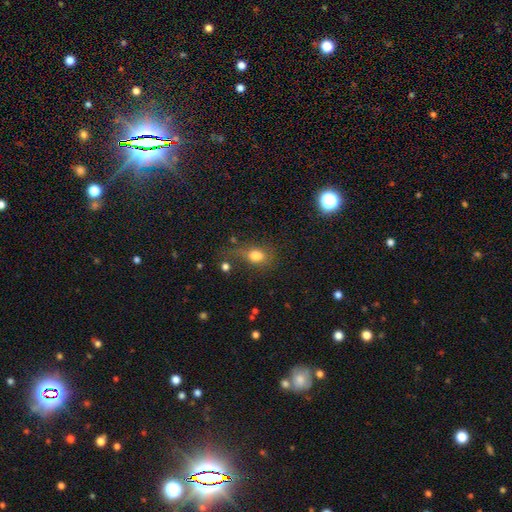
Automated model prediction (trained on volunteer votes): A smooth galaxy with no disk features (75%) that is in between round and cigar-shaped (53%).

Vote fractions:
- Smooth or featured? smooth: 75% / star or artifact: 14% / featured or disk: 12%
- How rounded? in between: 53% / round: 45% / cigar-shaped: 2%
- Merging? none: 42% / major disturbance: 25% / minor disturbance: 24% / merger: 10%